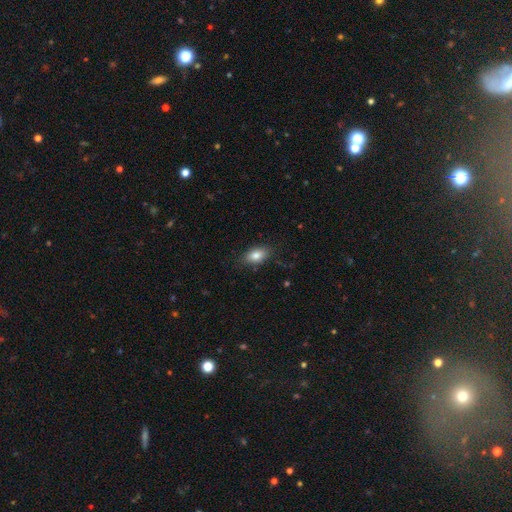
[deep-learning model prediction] smooth_or_featured: smooth (p=0.82) [alt: featured or disk p=0.10]
how_rounded: in between (p=0.89) [alt: round p=0.07]
merging: none (p=0.83) [alt: minor disturbance p=0.13]